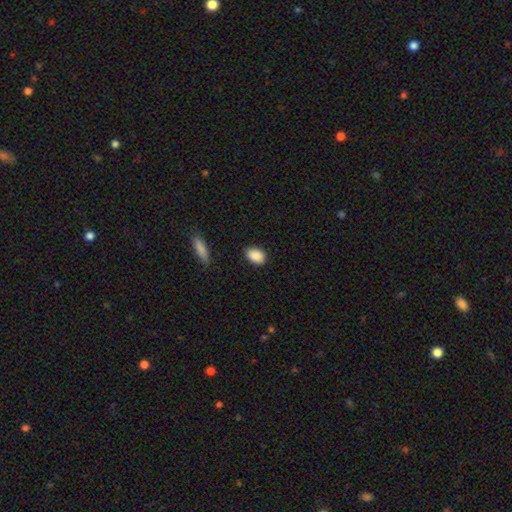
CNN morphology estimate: This is clearly a smooth galaxy (89%). How rounded: clearly in between (81%). Merging: clearly none (87%).